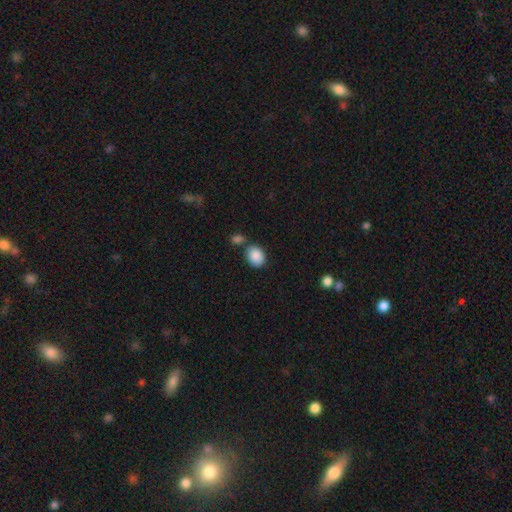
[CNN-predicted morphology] smooth-or-featured: smooth: 88% | star or artifact: 7% | featured or disk: 5%
  how-rounded: in between: 62% | round: 37% | cigar-shaped: 1%
  merging: none: 62% | merger: 21% | minor disturbance: 14% | major disturbance: 4%